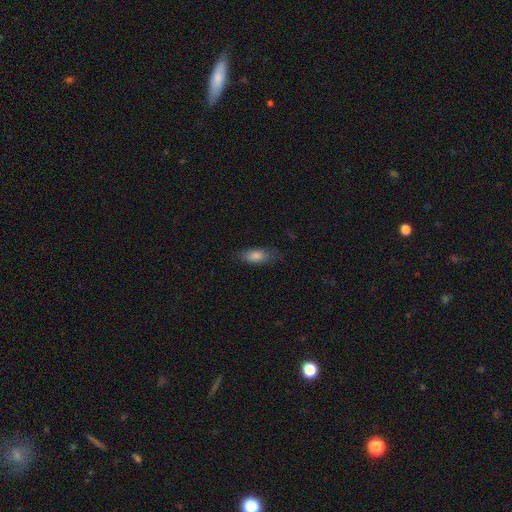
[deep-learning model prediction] Smooth or featured? smooth (79%)
How rounded? in between (73%)
Merging? none (78%)